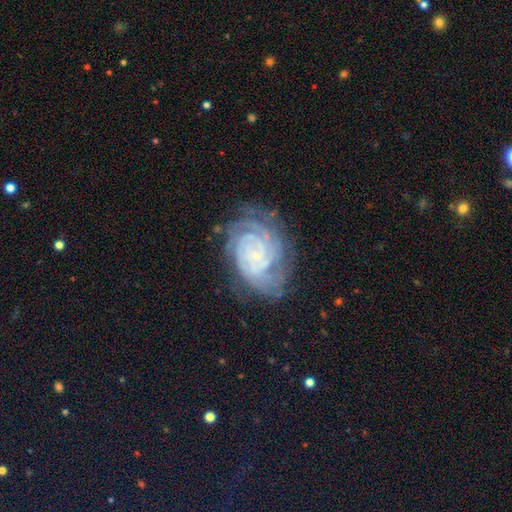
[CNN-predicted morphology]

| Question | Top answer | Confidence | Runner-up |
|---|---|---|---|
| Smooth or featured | featured or disk | 88% | star or artifact (7%) |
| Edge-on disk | no | 97% | yes (3%) |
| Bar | no | 70% | weak (22%) |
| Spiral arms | yes | 98% | no (2%) |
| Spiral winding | tight | 82% | medium (16%) |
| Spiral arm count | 4 | 26% | can't tell (20%) |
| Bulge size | small | 86% | moderate (8%) |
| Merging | none | 71% | minor disturbance (19%) |